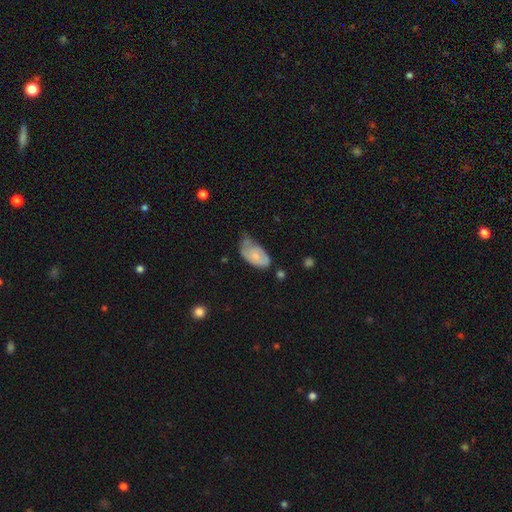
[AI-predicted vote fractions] Smooth or featured? smooth (63%)
How rounded? in between (93%)
Merging? minor disturbance (47%)